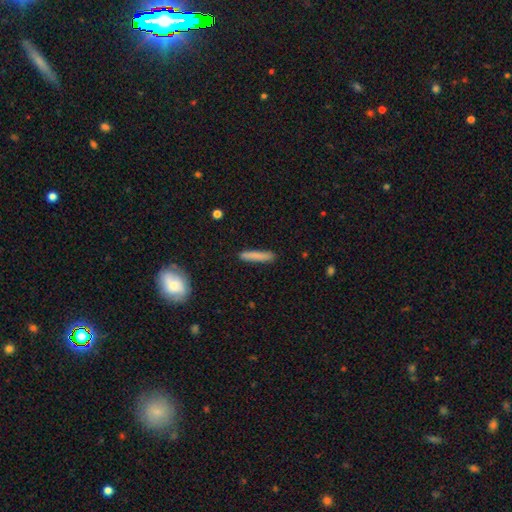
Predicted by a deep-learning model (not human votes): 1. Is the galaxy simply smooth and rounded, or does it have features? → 81% smooth, 12% featured or disk, 6% star or artifact.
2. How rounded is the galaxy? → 92% cigar-shaped, 6% in between, 2% round.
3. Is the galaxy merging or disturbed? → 87% none, 9% minor disturbance, 2% major disturbance, 2% merger.